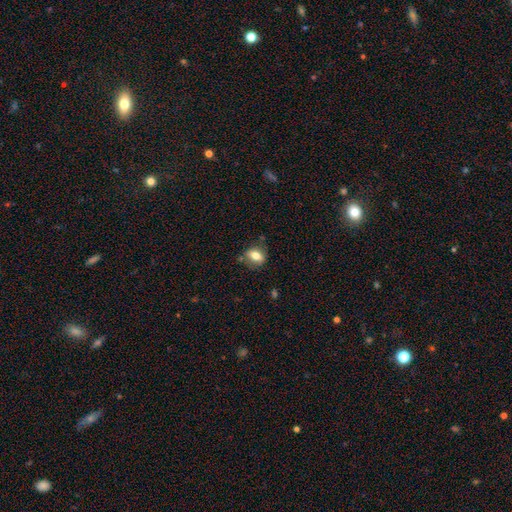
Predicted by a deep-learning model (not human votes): Morphology: type=smooth (73%); roundness=in between (67%); merging=none (71%).